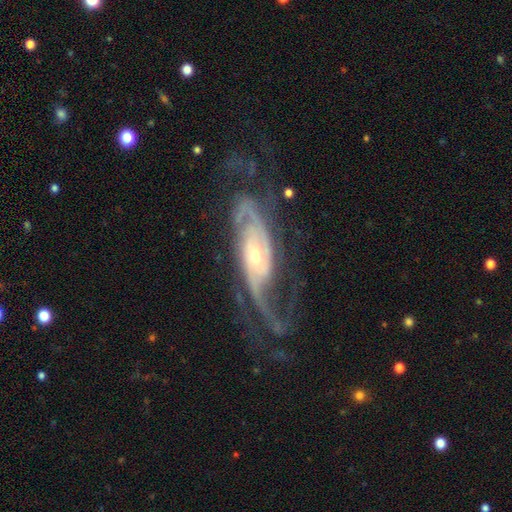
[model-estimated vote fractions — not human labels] Overall: featured or disk (90%). Edge-on disk: no (91%). Bar: no (57%; weak 28%). Spiral arms: yes (97%). Spiral arm count: 2 (48%; can't tell 18%). Spiral winding: medium (41%; tight 38%). Bulge size: small (50%; moderate 45%). Merging: none (59%; major disturbance 21%).